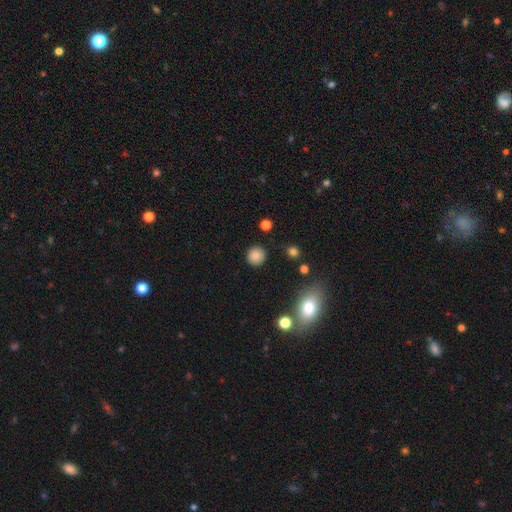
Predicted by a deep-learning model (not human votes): A smooth galaxy with no disk features (85%) that is round (92%).

Vote fractions:
- Smooth or featured? smooth: 85% / star or artifact: 11% / featured or disk: 4%
- How rounded? round: 92% / in between: 7% / cigar-shaped: 1%
- Merging? none: 88% / minor disturbance: 7% / major disturbance: 3% / merger: 2%